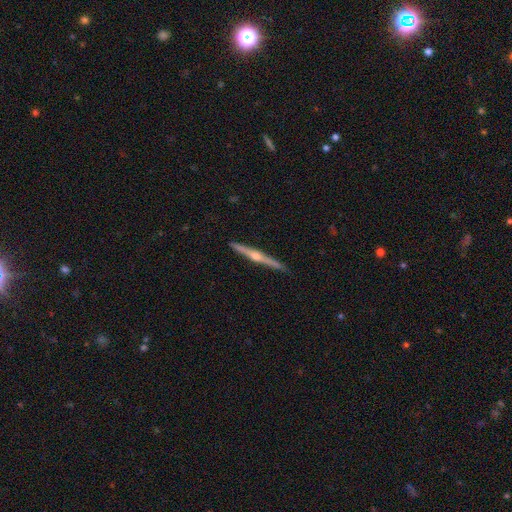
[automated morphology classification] Q: Smooth or featured?
A: featured or disk (82%); runner-up: smooth (14%)
Q: Edge-on disk?
A: yes (98%); runner-up: no (2%)
Q: Edge-on bulge?
A: rounded (91%); runner-up: none (5%)
Q: Merging?
A: none (93%); runner-up: minor disturbance (5%)